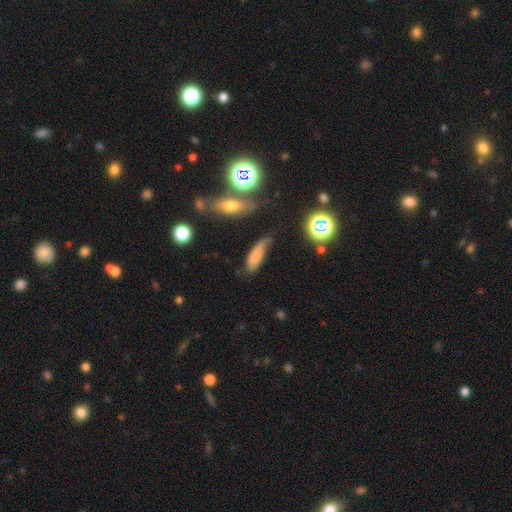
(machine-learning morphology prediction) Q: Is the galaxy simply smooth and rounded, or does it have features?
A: smooth — 70%.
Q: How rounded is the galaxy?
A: in between — 55%.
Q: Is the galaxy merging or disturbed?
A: none — 38%.